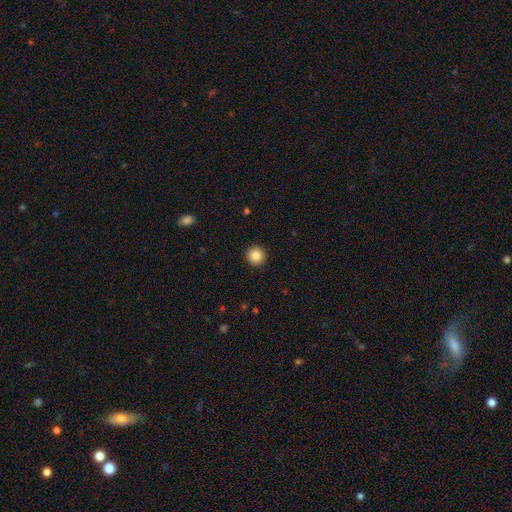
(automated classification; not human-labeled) smooth_or_featured: smooth (p=0.85) [alt: star or artifact p=0.10]
how_rounded: round (p=0.96) [alt: in between p=0.03]
merging: none (p=0.94) [alt: minor disturbance p=0.04]